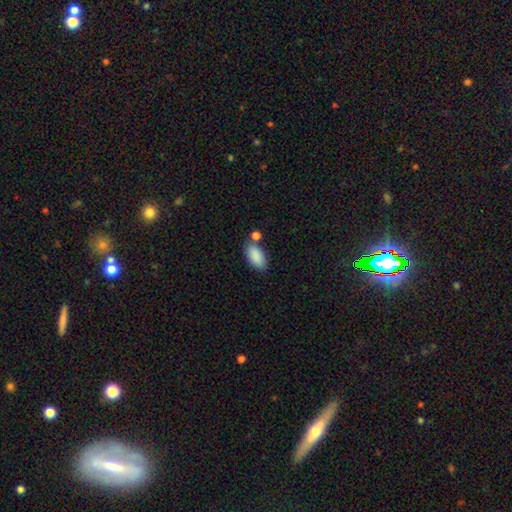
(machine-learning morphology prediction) smooth-or-featured: smooth: 89% | star or artifact: 7% | featured or disk: 5%
  how-rounded: in between: 93% | cigar-shaped: 4% | round: 3%
  merging: none: 68% | merger: 15% | minor disturbance: 13% | major disturbance: 3%